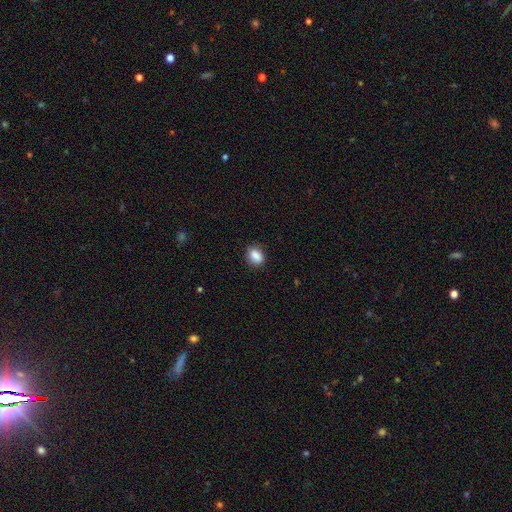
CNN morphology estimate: Q: Smooth or featured?
A: smooth (87%); runner-up: star or artifact (8%)
Q: How rounded?
A: in between (63%); runner-up: round (35%)
Q: Merging?
A: none (83%); runner-up: minor disturbance (13%)